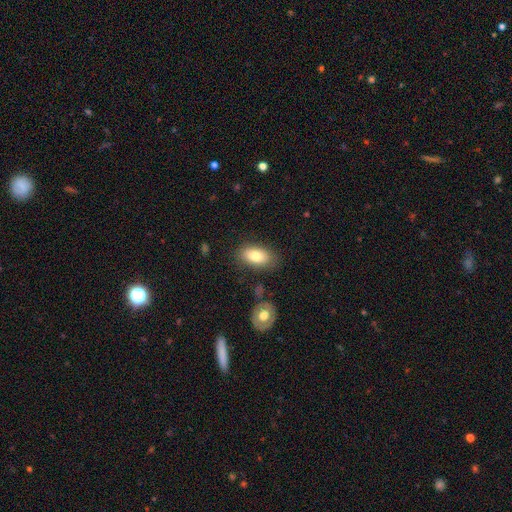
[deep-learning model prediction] Smooth or featured: smooth — 78% (featured or disk — 14%)
How rounded: in between — 91% (round — 6%)
Merging: none — 78% (minor disturbance — 13%)